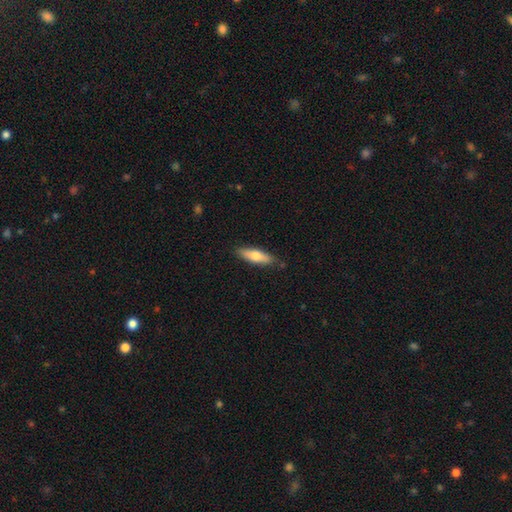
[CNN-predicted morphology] Overall: smooth (68%). How rounded: cigar-shaped (54%; in between 44%). Merging: none (84%).